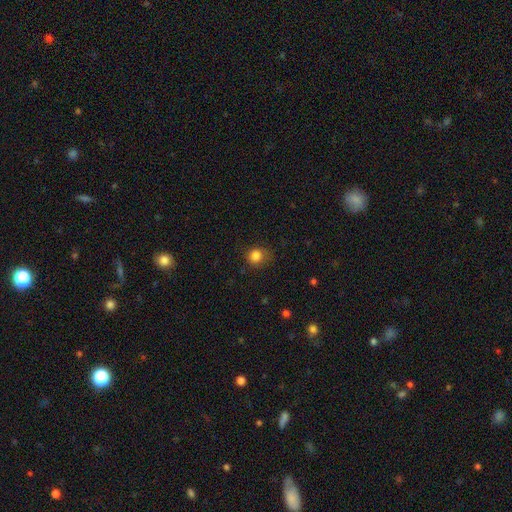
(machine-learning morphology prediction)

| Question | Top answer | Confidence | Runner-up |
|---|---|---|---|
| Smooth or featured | smooth | 83% | star or artifact (12%) |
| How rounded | round | 81% | in between (18%) |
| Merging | none | 73% | minor disturbance (20%) |